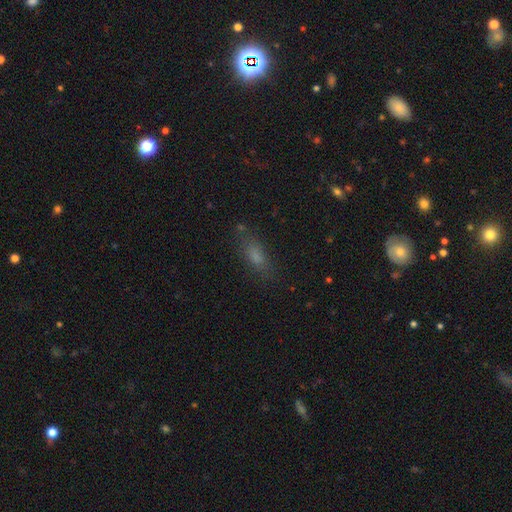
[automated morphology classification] Smooth or featured? smooth (71%)
How rounded? in between (64%)
Merging? none (74%)